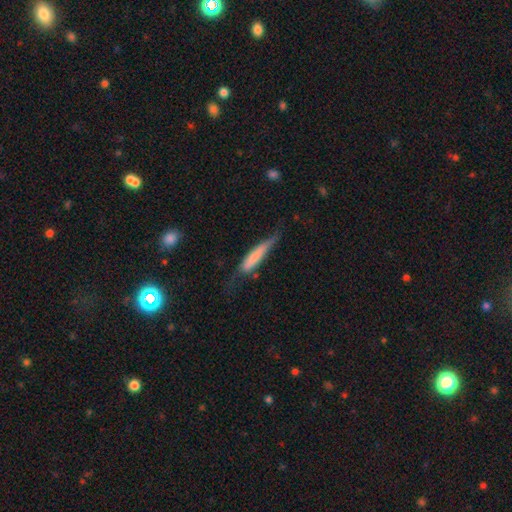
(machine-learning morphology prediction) This is likely a smooth galaxy (66%). How rounded: clearly cigar-shaped (89%). Merging: marginally none (44%).